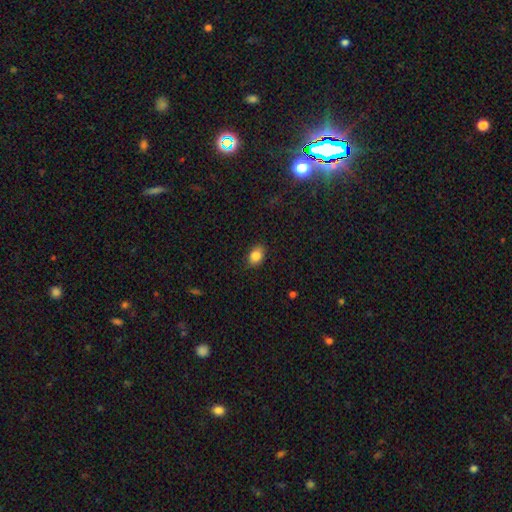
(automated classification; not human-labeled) This appears to be a smooth galaxy with no disk features (85%) that is in between round and cigar-shaped (78%). Merging: none (87%).